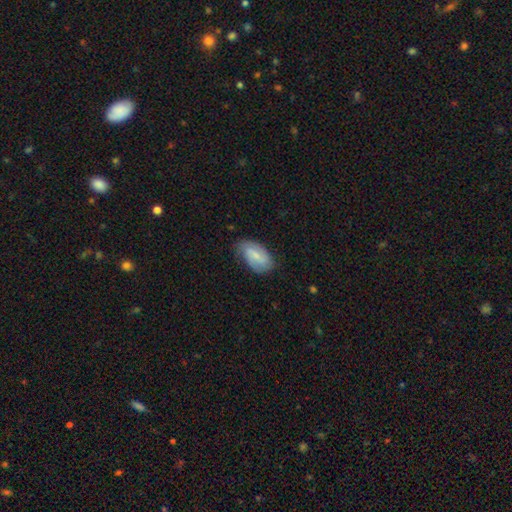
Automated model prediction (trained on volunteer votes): A smooth galaxy with no disk features (54%) that is in between round and cigar-shaped (92%). Merging: none (70%).